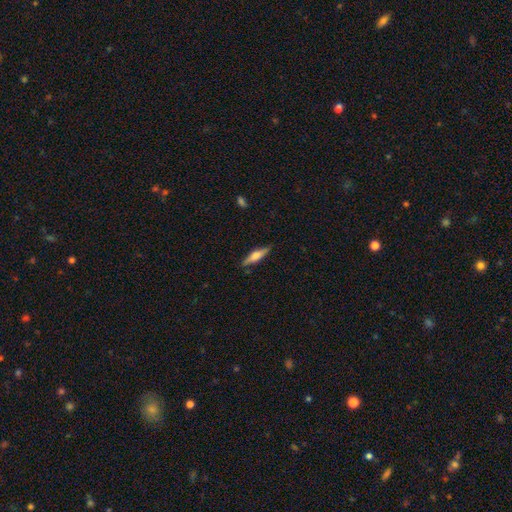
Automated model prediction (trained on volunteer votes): This appears to be a featured or disk galaxy (49%). Merging: none (86%).